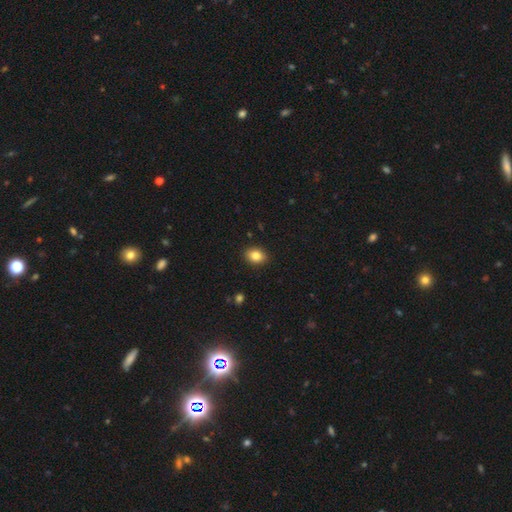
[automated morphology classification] Smooth or featured: smooth — 85% (star or artifact — 9%)
How rounded: in between — 71% (round — 28%)
Merging: none — 90% (minor disturbance — 7%)